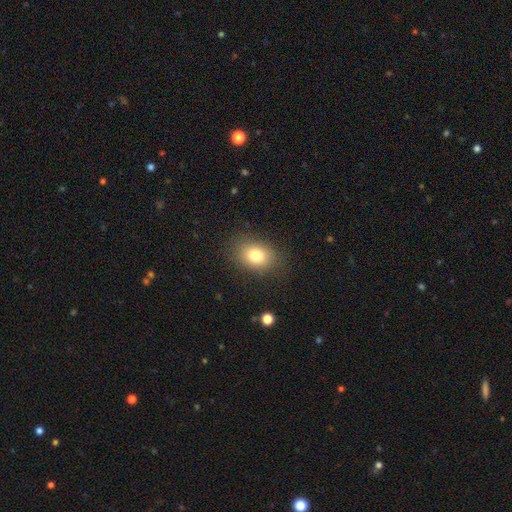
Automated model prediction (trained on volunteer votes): Smooth or featured: smooth — 79% (star or artifact — 11%)
How rounded: in between — 63% (round — 36%)
Merging: none — 84% (minor disturbance — 11%)